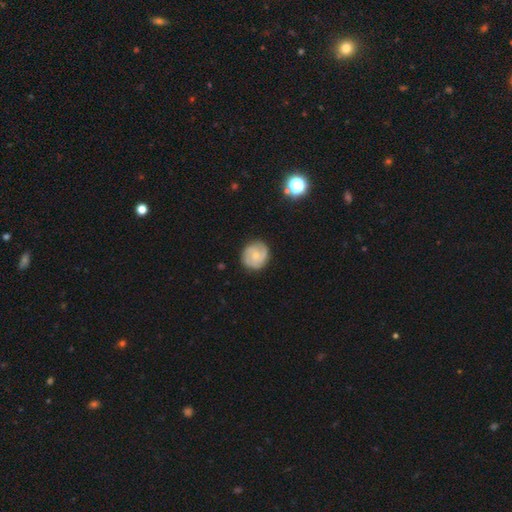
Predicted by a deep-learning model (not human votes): smooth-or-featured: featured or disk: 64% | smooth: 29% | star or artifact: 7%
  disk-edge-on: no: 98% | yes: 2%
    bar: no: 65% | weak: 31% | strong: 4%
    has-spiral-arms: yes: 91% | no: 9%
      spiral-winding: tight: 49% | medium: 40% | loose: 11%
      spiral-arm-count: 2: 64% | can't tell: 15% | 3: 13% | 1: 4% | 4: 2% | more than 4: 2%
    bulge-size: small: 59% | moderate: 34% | none: 4% | large: 1% | dominant: 1%
  merging: none: 84% | minor disturbance: 12% | major disturbance: 3% | merger: 1%